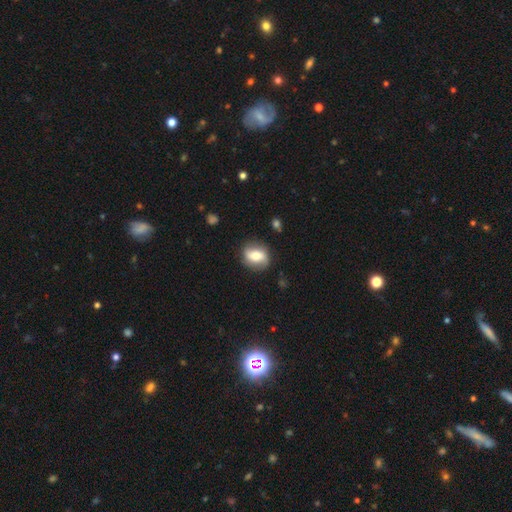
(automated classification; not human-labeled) smooth 52%, featured or disk 40%, star or artifact 8%. Down the decision tree: how rounded — round (55%); merging — none (81%).